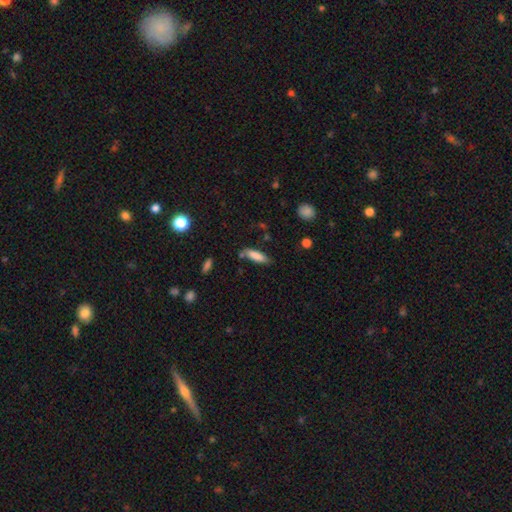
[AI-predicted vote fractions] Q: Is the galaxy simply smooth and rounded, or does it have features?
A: smooth — 82%.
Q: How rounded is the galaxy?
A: cigar-shaped — 53%.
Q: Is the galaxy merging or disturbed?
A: none — 67%.